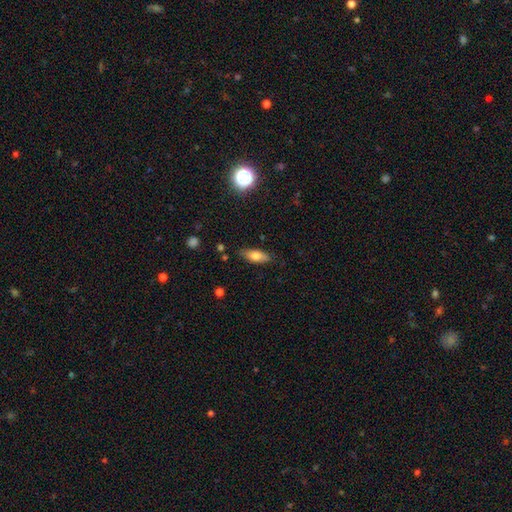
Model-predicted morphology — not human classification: smooth_or_featured: smooth (p=0.72) [alt: featured or disk p=0.19]
how_rounded: in between (p=0.74) [alt: cigar-shaped p=0.22]
merging: none (p=0.82) [alt: minor disturbance p=0.14]